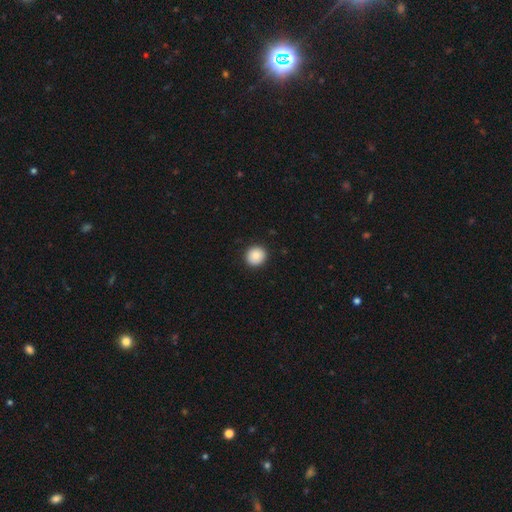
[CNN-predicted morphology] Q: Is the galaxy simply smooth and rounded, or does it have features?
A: smooth — 88%.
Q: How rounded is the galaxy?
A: round — 90%.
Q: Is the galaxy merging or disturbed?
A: none — 92%.